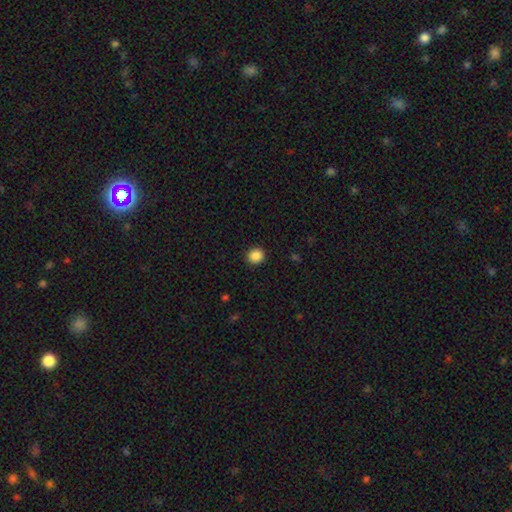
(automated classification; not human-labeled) Smooth or featured?
  - smooth: 87% *
  - star or artifact: 10%
  - featured or disk: 3%
How rounded?
  - round: 90% *
  - in between: 9%
  - cigar-shaped: 1%
Merging?
  - none: 93% *
  - minor disturbance: 5%
  - major disturbance: 2%
  - merger: 1%